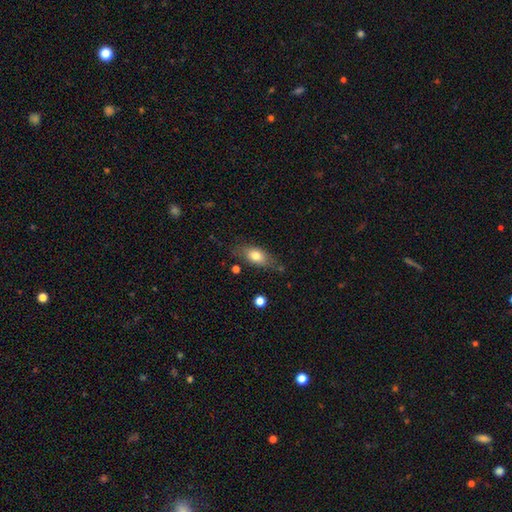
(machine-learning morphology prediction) Smooth or featured? smooth (73%)
How rounded? in between (79%)
Merging? none (70%)